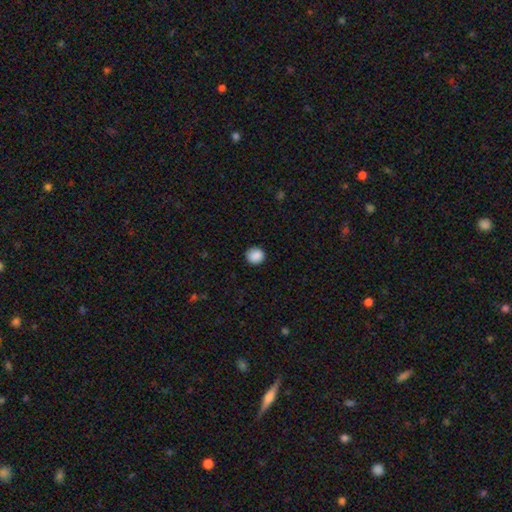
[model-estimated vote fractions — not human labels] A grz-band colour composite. It shows a smooth galaxy with no disk features (89%) that is round (90%). Merging: none (90%).